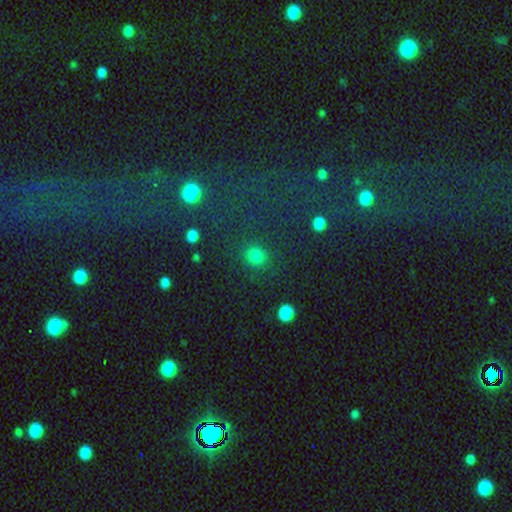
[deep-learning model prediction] Smooth or featured?
  - smooth: 74% *
  - star or artifact: 19%
  - featured or disk: 8%
How rounded?
  - round: 77% *
  - in between: 21%
  - cigar-shaped: 2%
Merging?
  - none: 81% *
  - minor disturbance: 10%
  - major disturbance: 5%
  - merger: 4%